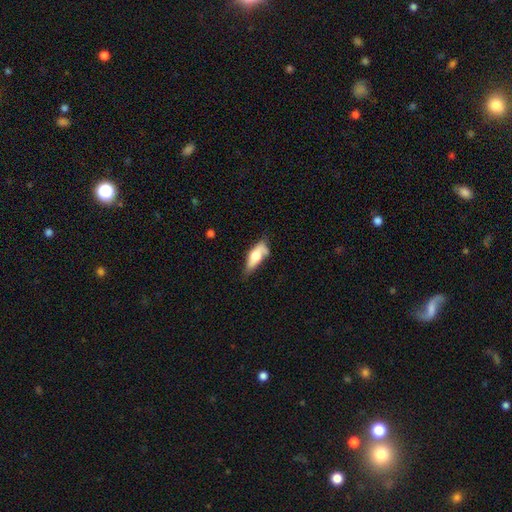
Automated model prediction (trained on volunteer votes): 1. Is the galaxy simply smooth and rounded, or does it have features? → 60% smooth, 34% featured or disk, 6% star or artifact.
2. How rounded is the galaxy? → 72% in between, 24% cigar-shaped, 3% round.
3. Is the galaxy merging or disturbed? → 36% minor disturbance, 34% none, 21% major disturbance, 9% merger.